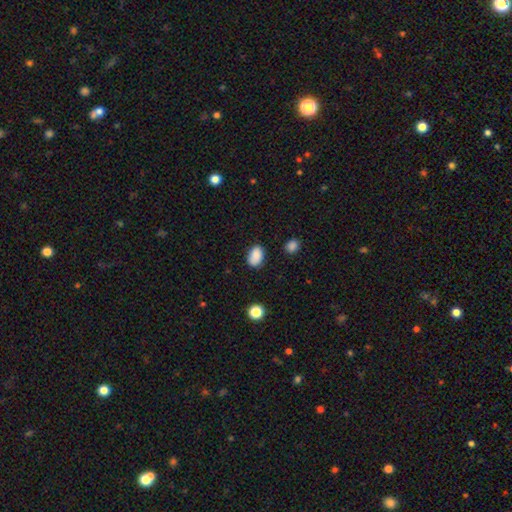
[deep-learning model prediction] Smooth or featured: smooth — 87% (star or artifact — 8%)
How rounded: in between — 86% (round — 13%)
Merging: none — 79% (minor disturbance — 15%)